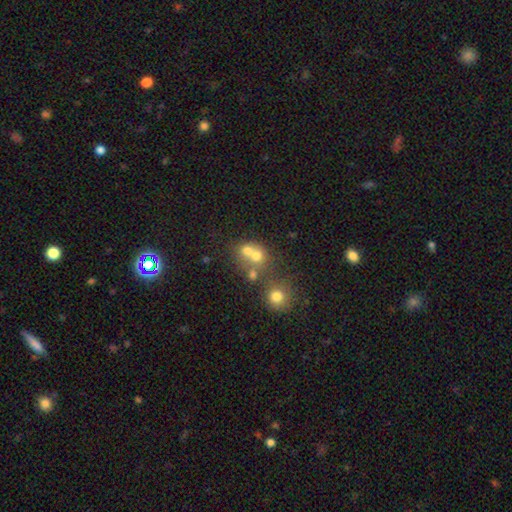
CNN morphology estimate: Q: Smooth or featured?
A: smooth (64%); runner-up: featured or disk (19%)
Q: How rounded?
A: round (77%); runner-up: in between (22%)
Q: Merging?
A: merger (53%); runner-up: none (36%)